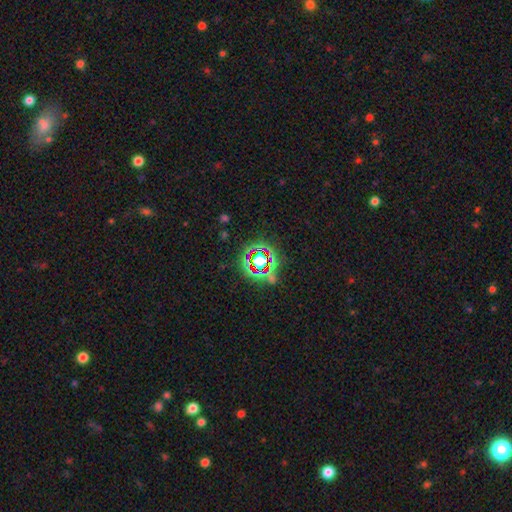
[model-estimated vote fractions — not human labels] Smooth or featured?
  - star or artifact: 77% *
  - smooth: 13%
  - featured or disk: 10%